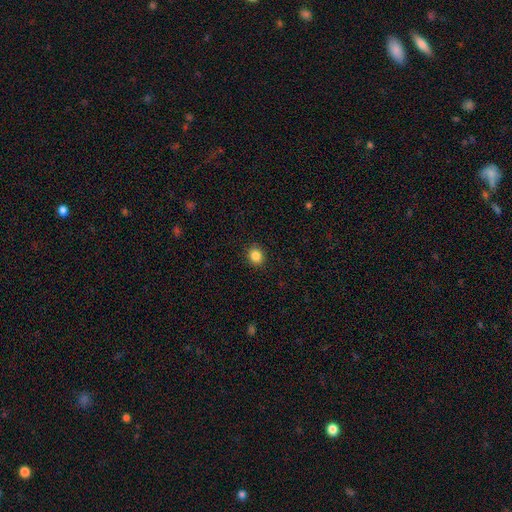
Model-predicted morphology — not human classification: Smooth or featured? smooth (86%)
How rounded? round (74%)
Merging? none (90%)